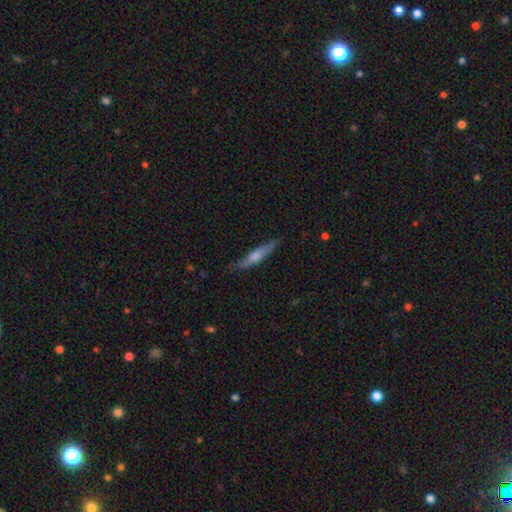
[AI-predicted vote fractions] Smooth or featured? Predicted: featured or disk (p=0.53). Edge-on disk? Predicted: yes (p=0.92). Merging? Predicted: none (p=0.79).